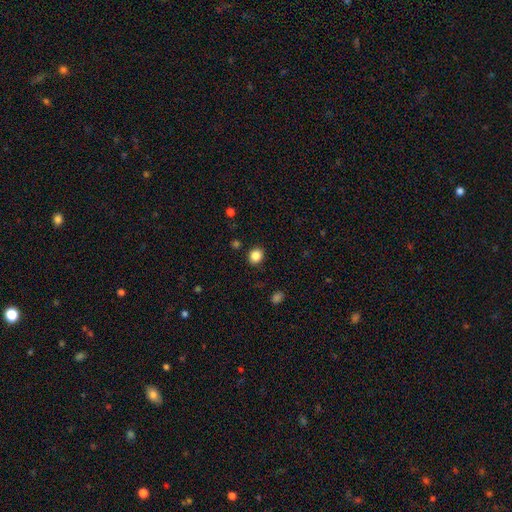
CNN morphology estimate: smooth 85%, star or artifact 11%, featured or disk 4%. Down the decision tree: how rounded — round (70%); merging — none (89%).